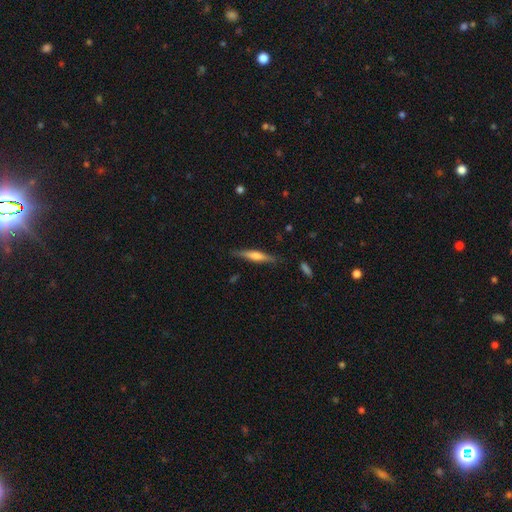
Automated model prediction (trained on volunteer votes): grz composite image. It shows a featured or disk galaxy (50%) viewed edge-on (95%). Merging: none (85%).